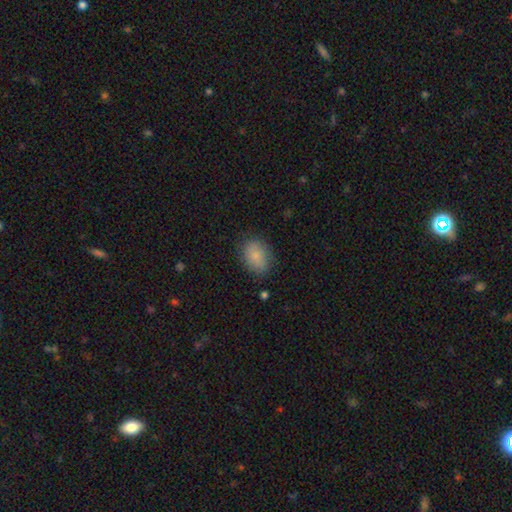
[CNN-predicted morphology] smooth_or_featured: smooth (p=0.84) [alt: featured or disk p=0.08]
how_rounded: in between (p=0.74) [alt: round p=0.25]
merging: none (p=0.81) [alt: minor disturbance p=0.14]